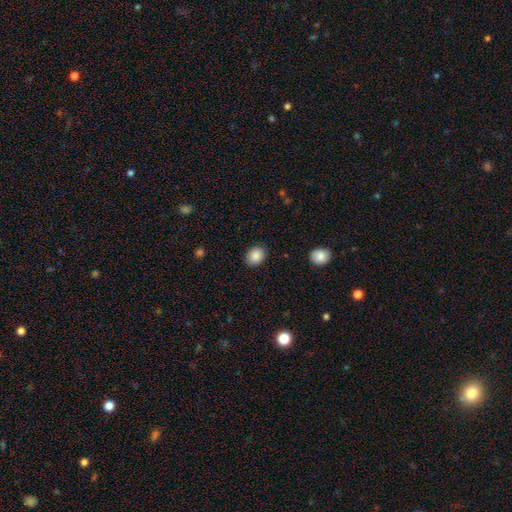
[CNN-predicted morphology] A smooth galaxy with no disk features (88%) that is round (51%). Merging: none (88%).